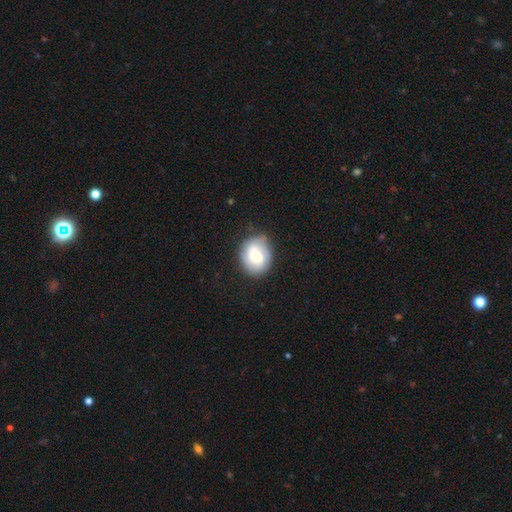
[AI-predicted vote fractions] Smooth or featured?
  - smooth: 54% *
  - featured or disk: 39%
  - star or artifact: 8%
How rounded?
  - round: 61% *
  - in between: 39%
  - cigar-shaped: 1%
Merging?
  - none: 66% *
  - minor disturbance: 24%
  - major disturbance: 8%
  - merger: 3%